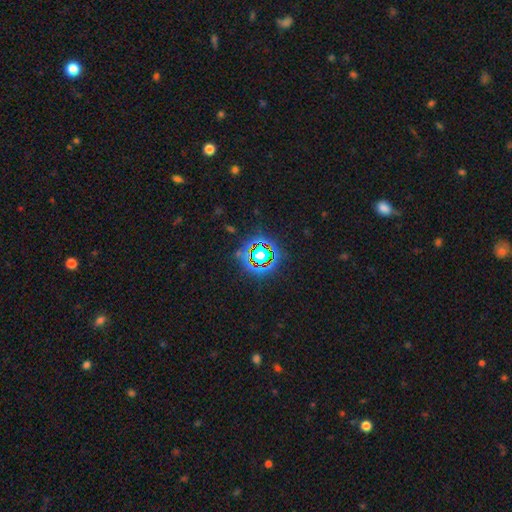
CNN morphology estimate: This appears to be a star or artifact, not a galaxy (79%).